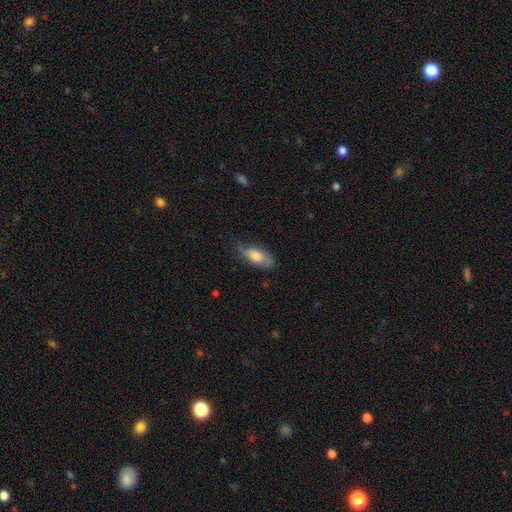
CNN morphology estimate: type=smooth (63%); roundness=in between (77%); merging=none (68%).